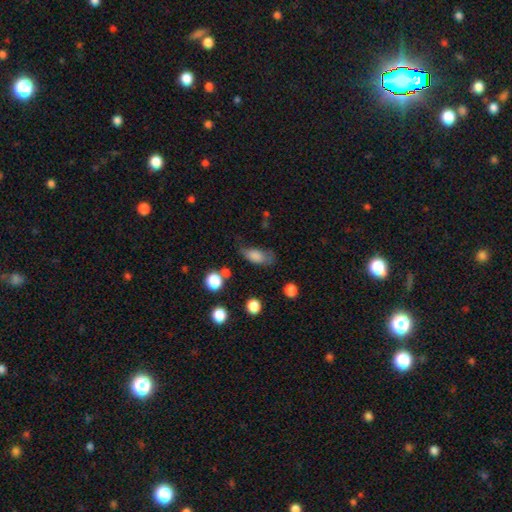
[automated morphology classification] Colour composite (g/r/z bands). It shows a smooth galaxy with no disk features (78%) that is in between round and cigar-shaped (85%). Merging: none (44%).